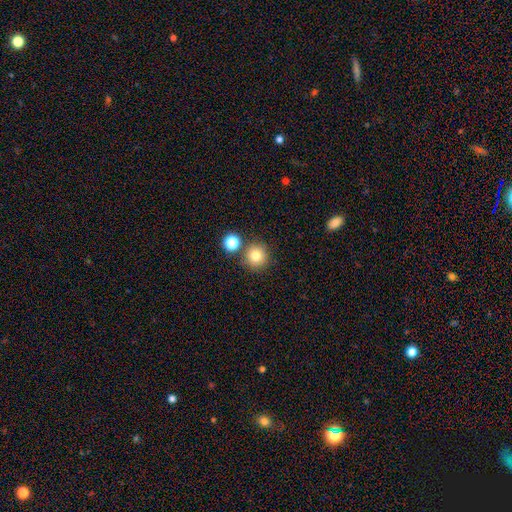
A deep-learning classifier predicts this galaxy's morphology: Overall: smooth (78%). How rounded: round (94%). Merging: none (78%).